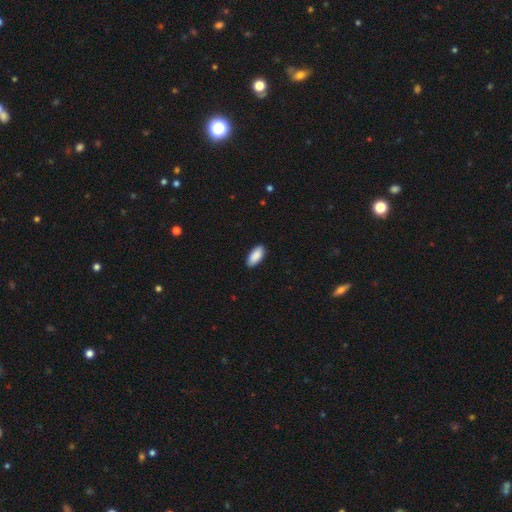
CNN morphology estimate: Smooth or featured? smooth (90%)
How rounded? in between (91%)
Merging? none (89%)